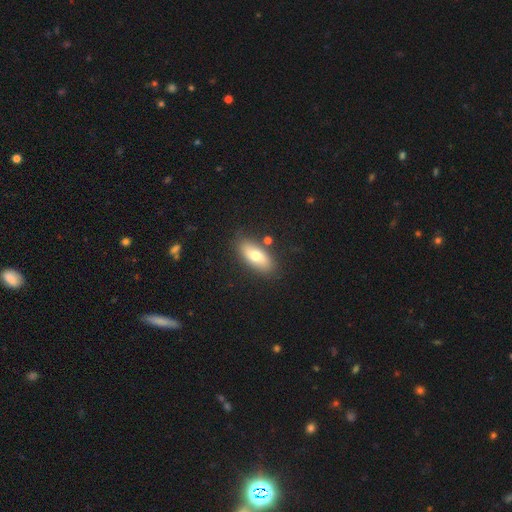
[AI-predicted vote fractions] Q: Smooth or featured?
A: smooth (65%); runner-up: featured or disk (28%)
Q: How rounded?
A: in between (84%); runner-up: cigar-shaped (12%)
Q: Merging?
A: none (82%); runner-up: minor disturbance (11%)